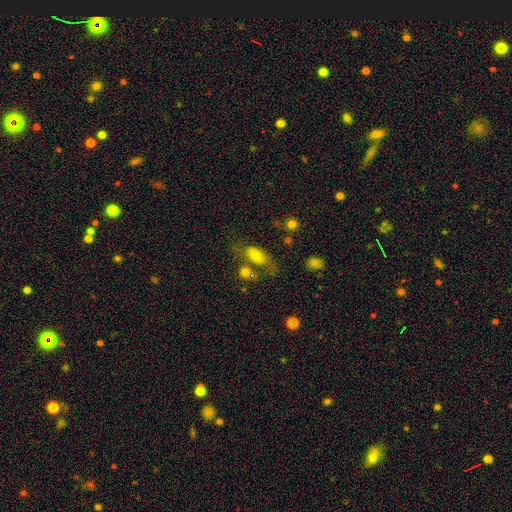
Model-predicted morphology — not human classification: smooth 65%, featured or disk 26%, star or artifact 9%. Down the decision tree: how rounded — in between (84%); merging — none (42%).